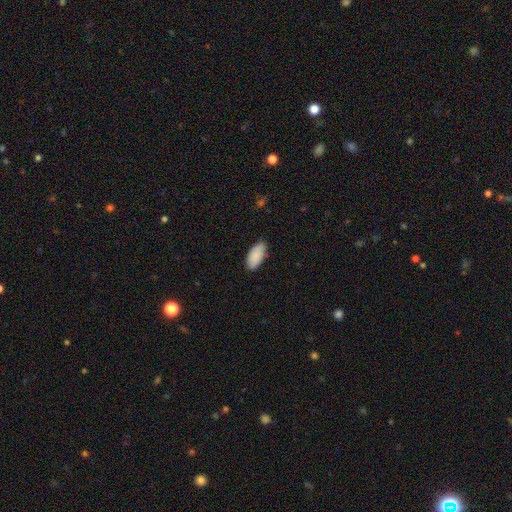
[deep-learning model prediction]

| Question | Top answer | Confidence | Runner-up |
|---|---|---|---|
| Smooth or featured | smooth | 90% | star or artifact (6%) |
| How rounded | in between | 93% | cigar-shaped (5%) |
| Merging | none | 85% | minor disturbance (12%) |